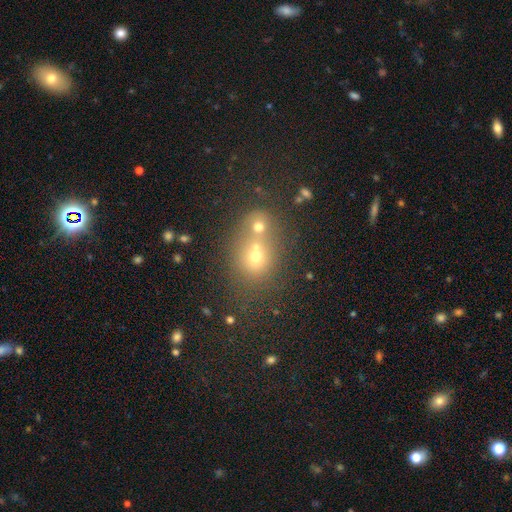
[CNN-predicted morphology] This is possibly a smooth galaxy (54%). How rounded: possibly round (60%). Merging: possibly merger (53%).